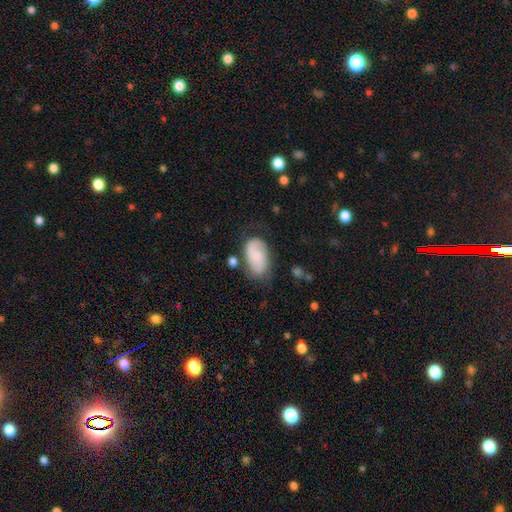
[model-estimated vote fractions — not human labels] Smooth or featured?
  - smooth: 51% *
  - featured or disk: 41%
  - star or artifact: 8%
How rounded?
  - in between: 92% *
  - round: 6%
  - cigar-shaped: 2%
Merging?
  - none: 54% *
  - minor disturbance: 27%
  - major disturbance: 14%
  - merger: 5%